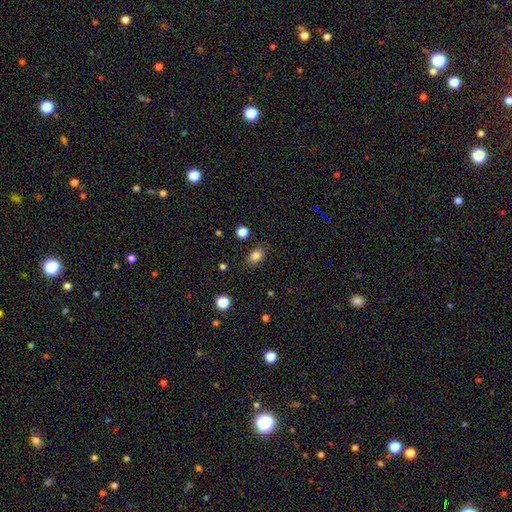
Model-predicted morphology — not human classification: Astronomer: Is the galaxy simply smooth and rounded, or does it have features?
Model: smooth — 83%.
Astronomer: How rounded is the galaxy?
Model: in between — 73%.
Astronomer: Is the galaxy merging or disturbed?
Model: none — 84%.